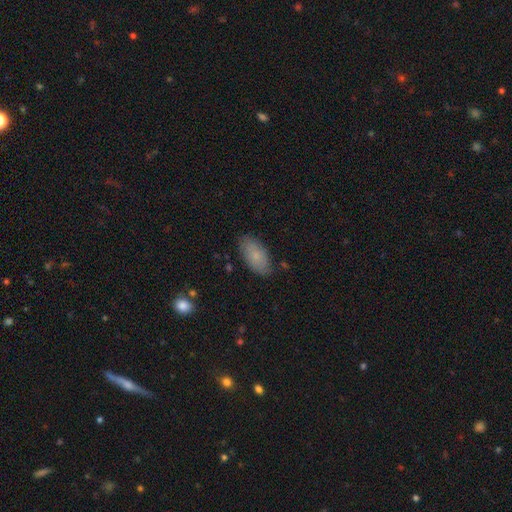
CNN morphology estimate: This is likely a smooth galaxy (79%). How rounded: clearly in between (92%). Merging: clearly none (81%).